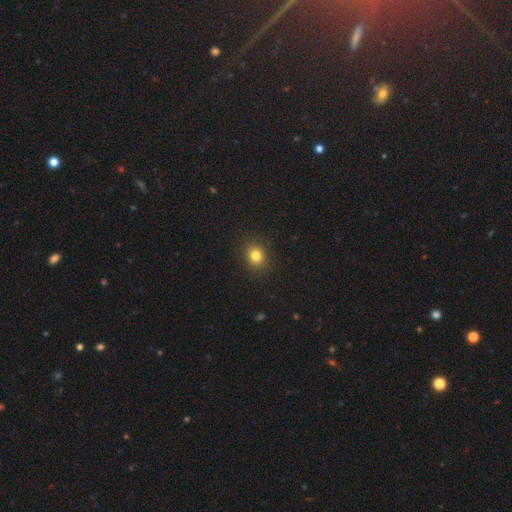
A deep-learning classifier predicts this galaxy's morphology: This is clearly a smooth galaxy (81%). How rounded: likely round (71%). Merging: clearly none (90%).